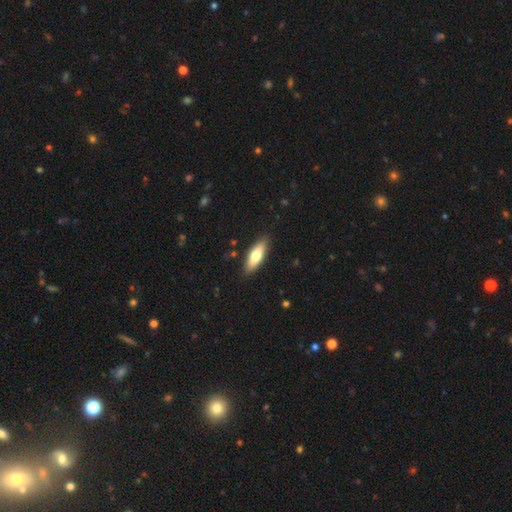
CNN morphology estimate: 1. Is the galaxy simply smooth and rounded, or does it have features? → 67% smooth, 28% featured or disk, 5% star or artifact.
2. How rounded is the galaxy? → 56% in between, 42% cigar-shaped, 2% round.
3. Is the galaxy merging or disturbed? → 88% none, 9% minor disturbance, 2% major disturbance, 1% merger.